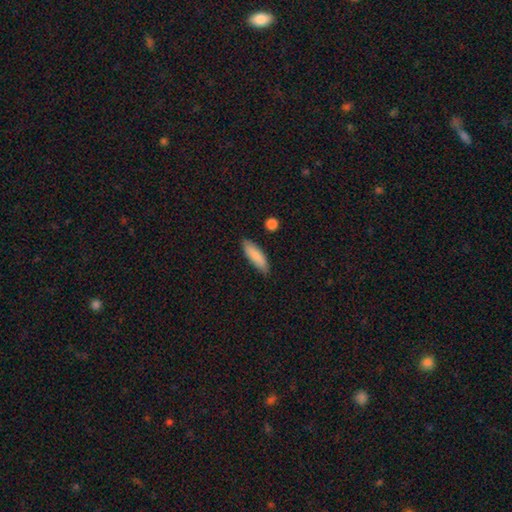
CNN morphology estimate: smooth 84%, featured or disk 10%, star or artifact 6%. Down the decision tree: how rounded — in between (49%, tied with cigar-shaped); merging — none (83%).